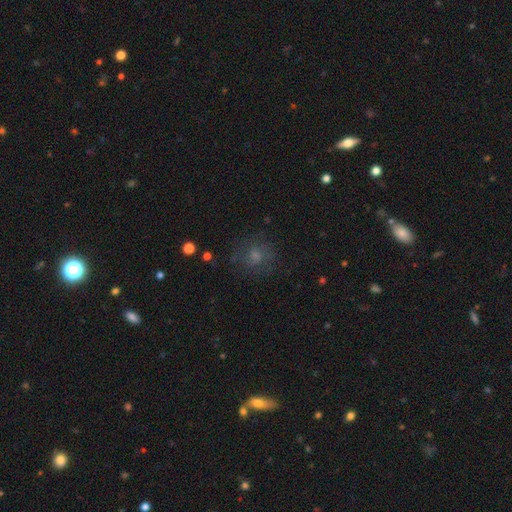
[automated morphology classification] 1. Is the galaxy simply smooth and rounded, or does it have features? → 48% smooth, 33% featured or disk, 20% star or artifact.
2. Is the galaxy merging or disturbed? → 70% none, 16% minor disturbance, 11% major disturbance, 2% merger.